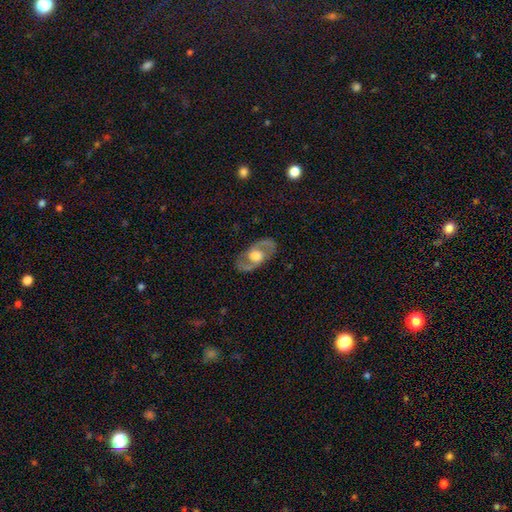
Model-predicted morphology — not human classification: Overall: featured or disk (77%). Edge-on disk: no (90%). Bar: no (65%; weak 28%). Spiral arms: yes (77%). Spiral arm count: 2 (90%). Spiral winding: medium (54%; loose 26%). Bulge size: large (46%; moderate 45%). Merging: none (84%).